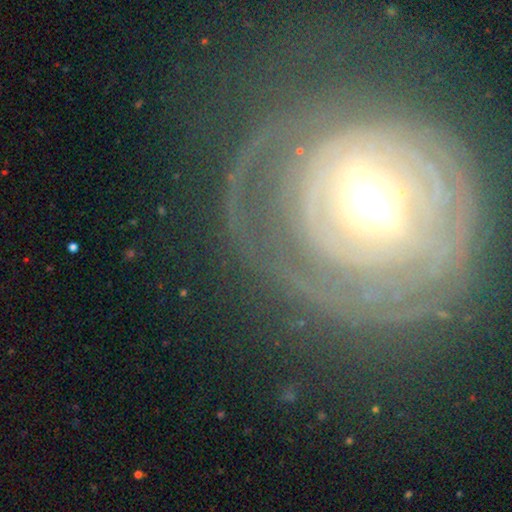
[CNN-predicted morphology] A featured or disk galaxy (77%) with a strong bar (34%, tied with no), tight (65%) spiral arms (76%) and a moderate central bulge (57%).

Vote fractions:
- Smooth or featured? featured or disk: 77% / smooth: 12% / star or artifact: 11%
- Edge-on disk? no: 91% / yes: 9%
- Bar? strong: 34% (tied) / no: 34% (tied) / weak: 32%
- Spiral arms? yes: 76% / no: 24%
- Spiral winding? tight: 65% / medium: 23% / loose: 12%
- Spiral arm count? can't tell: 36% / 2: 25% / 3: 12% / 1: 10% / 4: 9% / more than 4: 9%
- Bulge size? moderate: 57% / large: 22% / small: 15% / dominant: 4% / none: 2%
- Merging? none: 66% / major disturbance: 16% / minor disturbance: 15% / merger: 4%